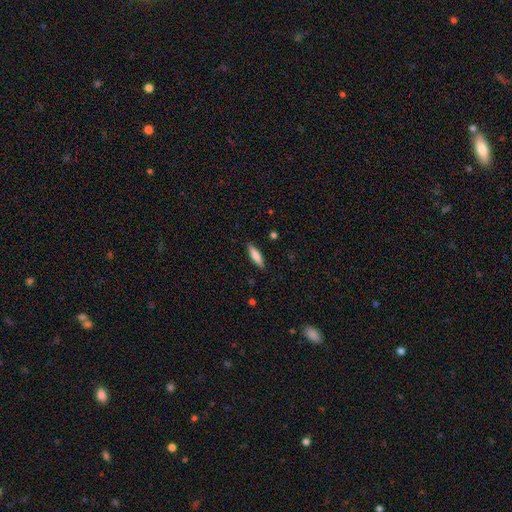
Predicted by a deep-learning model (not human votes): This is likely a smooth galaxy (79%). How rounded: likely cigar-shaped (64%). Merging: clearly none (88%).